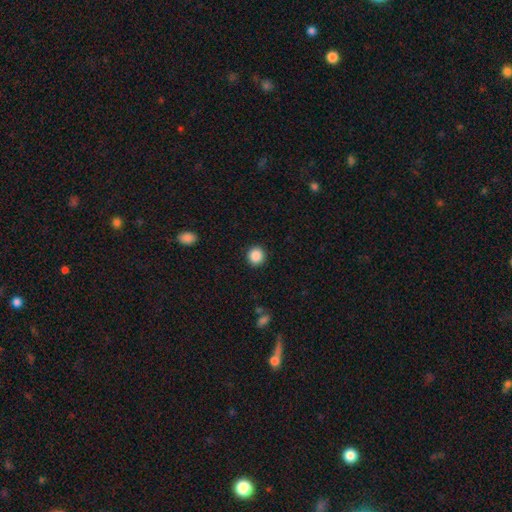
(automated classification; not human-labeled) Smooth or featured? smooth (88%)
How rounded? round (93%)
Merging? none (92%)